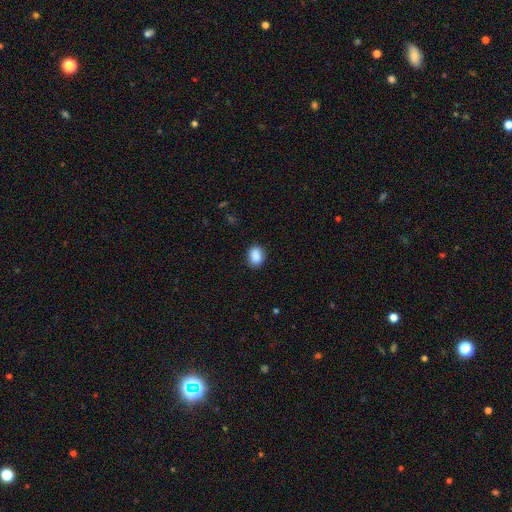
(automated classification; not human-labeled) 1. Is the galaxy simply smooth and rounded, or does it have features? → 89% smooth, 8% star or artifact, 4% featured or disk.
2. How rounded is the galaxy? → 63% in between, 36% round, 1% cigar-shaped.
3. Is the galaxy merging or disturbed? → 87% none, 10% minor disturbance, 2% major disturbance, 1% merger.